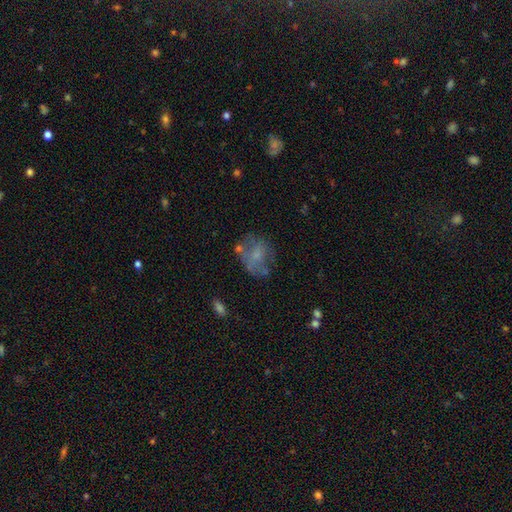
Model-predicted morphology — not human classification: smooth 47%, featured or disk 41%, star or artifact 12%. Down the decision tree: merging — none (52%).